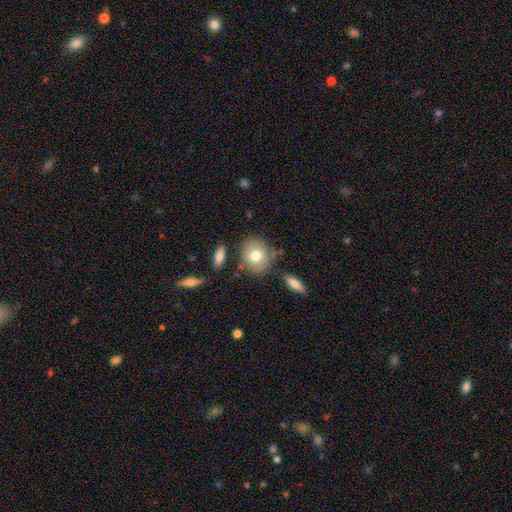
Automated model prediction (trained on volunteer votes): Q: Smooth or featured?
A: smooth (74%); runner-up: featured or disk (18%)
Q: How rounded?
A: round (70%); runner-up: in between (29%)
Q: Merging?
A: none (73%); runner-up: minor disturbance (15%)